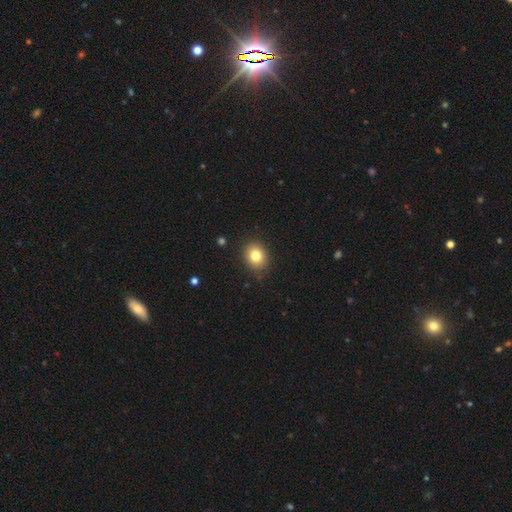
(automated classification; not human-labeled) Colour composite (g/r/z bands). It shows a smooth galaxy with no disk features (81%) that is round (57%). Merging: none (87%).